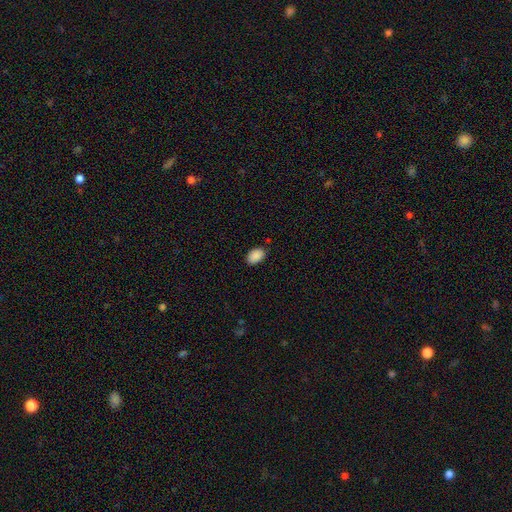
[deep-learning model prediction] smooth-or-featured: smooth: 90% | star or artifact: 7% | featured or disk: 3%
  how-rounded: in between: 89% | round: 9% | cigar-shaped: 1%
  merging: none: 84% | minor disturbance: 12% | major disturbance: 2% | merger: 2%